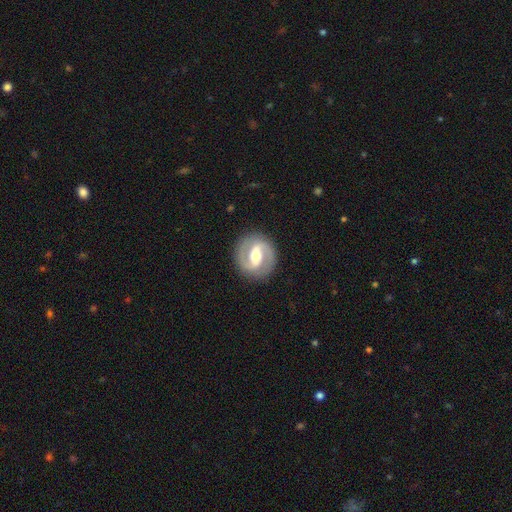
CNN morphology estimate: A featured or disk galaxy (85%) with a strong bar (52%), 2 (92%) medium (51%) spiral arms (91%) and a moderate central bulge (69%). Merging: none (88%).